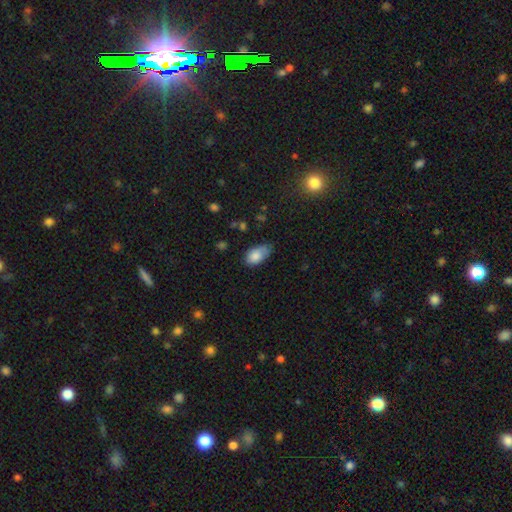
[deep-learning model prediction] The model was most divided on "merging": none: 49%, minor disturbance: 40%, major disturbance: 9%, merger: 2%. More confident: how rounded — in between (92%); smooth or featured — smooth (83%).